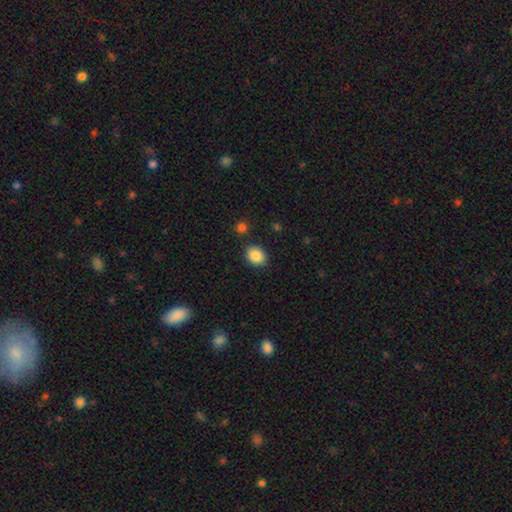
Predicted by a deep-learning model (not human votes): Q: Smooth or featured?
A: smooth (87%); runner-up: star or artifact (8%)
Q: How rounded?
A: round (50%); runner-up: in between (49%)
Q: Merging?
A: none (85%); runner-up: minor disturbance (9%)